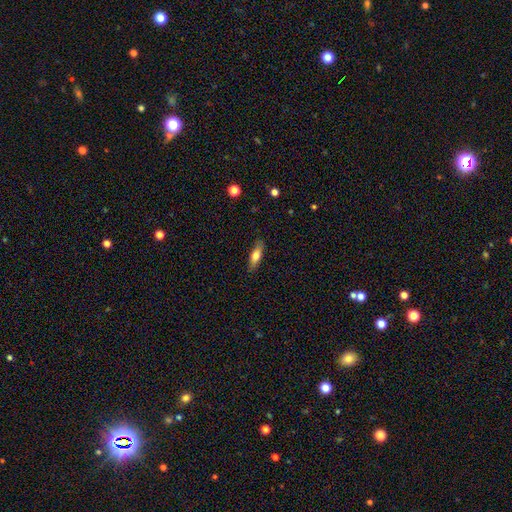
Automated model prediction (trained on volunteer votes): Smooth or featured: smooth — 68% (featured or disk — 25%)
How rounded: cigar-shaped — 50% (in between — 48%)
Merging: none — 86% (minor disturbance — 11%)